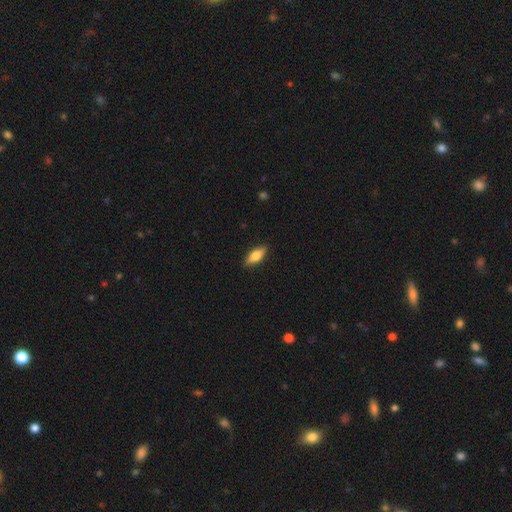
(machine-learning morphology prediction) Smooth or featured?
  - smooth: 66% *
  - featured or disk: 28%
  - star or artifact: 6%
How rounded?
  - in between: 68% *
  - cigar-shaped: 29%
  - round: 3%
Merging?
  - none: 88% *
  - minor disturbance: 9%
  - major disturbance: 2%
  - merger: 1%